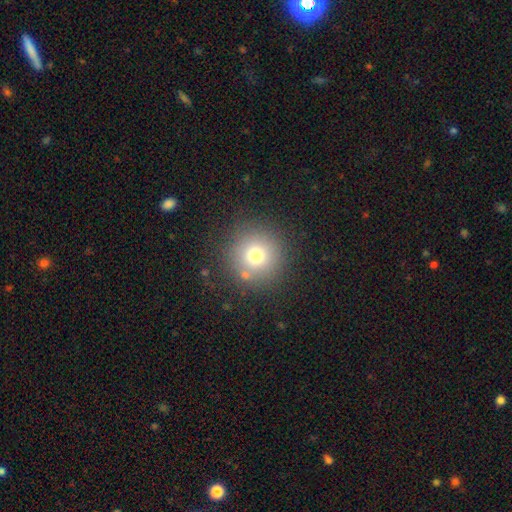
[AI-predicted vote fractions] Smooth or featured? smooth (72%)
How rounded? round (95%)
Merging? none (83%)